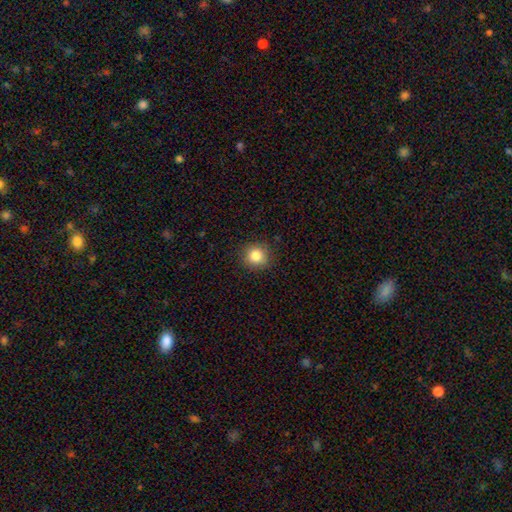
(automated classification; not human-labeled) Smooth or featured: smooth — 83% (star or artifact — 11%)
How rounded: round — 90% (in between — 9%)
Merging: none — 89% (minor disturbance — 8%)